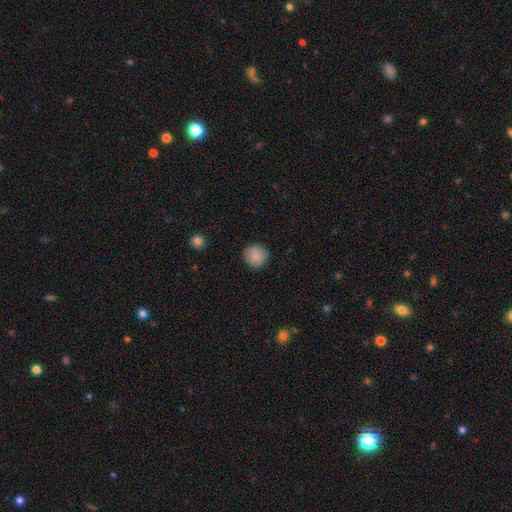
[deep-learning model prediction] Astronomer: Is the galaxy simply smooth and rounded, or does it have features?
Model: smooth — 88%.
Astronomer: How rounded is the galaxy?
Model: round — 92%.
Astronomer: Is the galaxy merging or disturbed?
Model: none — 89%.